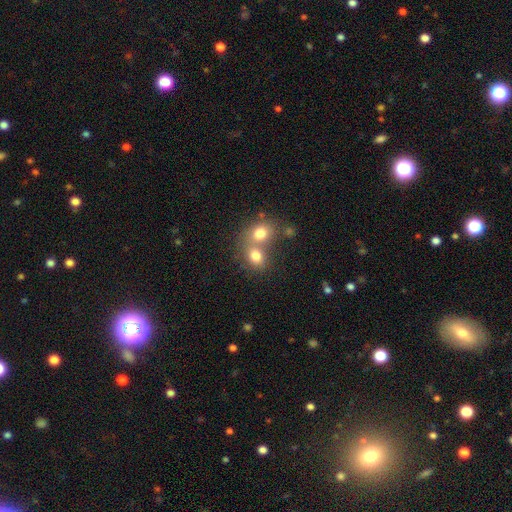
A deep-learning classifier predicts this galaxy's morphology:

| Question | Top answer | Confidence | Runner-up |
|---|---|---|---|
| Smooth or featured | smooth | 77% | featured or disk (12%) |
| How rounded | round | 52% | in between (47%) |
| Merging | merger | 59% | none (31%) |